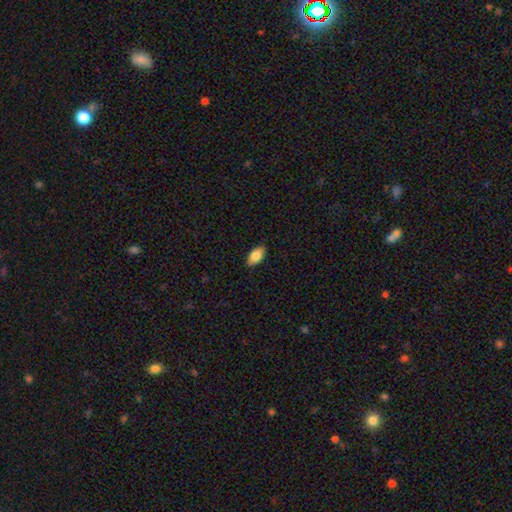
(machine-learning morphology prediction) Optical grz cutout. It shows a smooth galaxy with no disk features (84%) that is in between round and cigar-shaped (92%). Merging: none (87%).